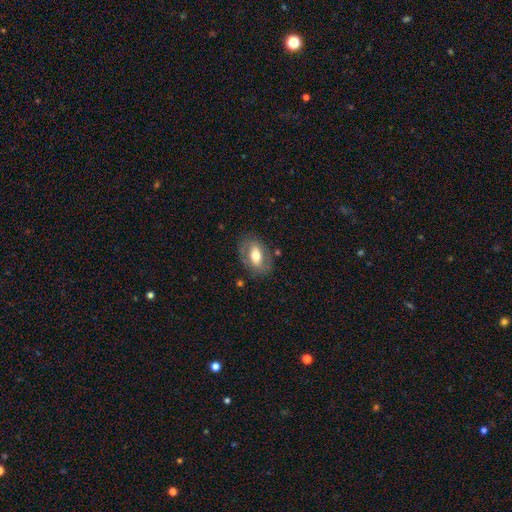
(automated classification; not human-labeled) smooth_or_featured: smooth (p=0.53) [alt: featured or disk p=0.40]
how_rounded: in between (p=0.84) [alt: round p=0.14]
merging: none (p=0.74) [alt: minor disturbance p=0.17]